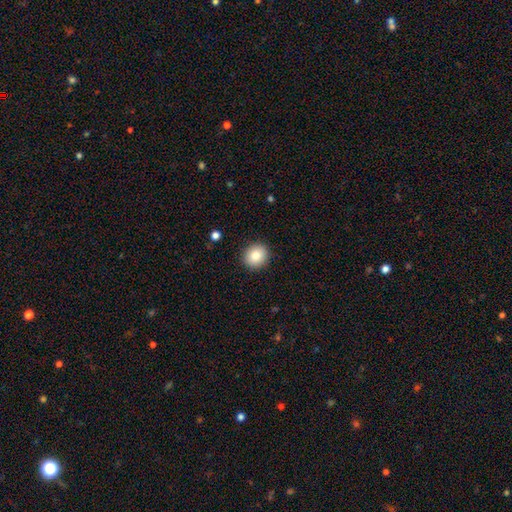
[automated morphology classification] Smooth or featured?
  - smooth: 85% *
  - star or artifact: 9%
  - featured or disk: 6%
How rounded?
  - round: 81% *
  - in between: 18%
  - cigar-shaped: 1%
Merging?
  - none: 91% *
  - minor disturbance: 6%
  - major disturbance: 2%
  - merger: 1%